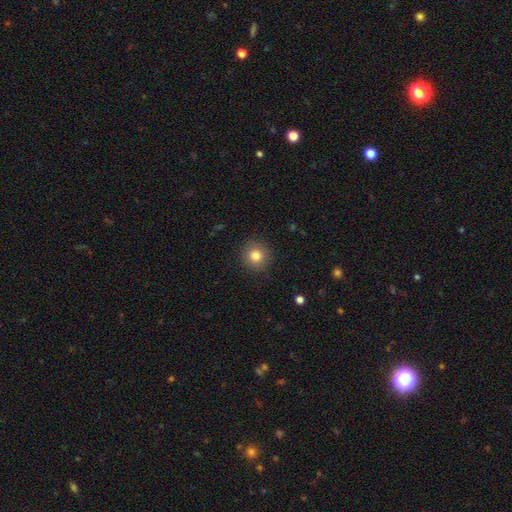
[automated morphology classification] Smooth or featured? smooth (82%)
How rounded? round (93%)
Merging? none (90%)